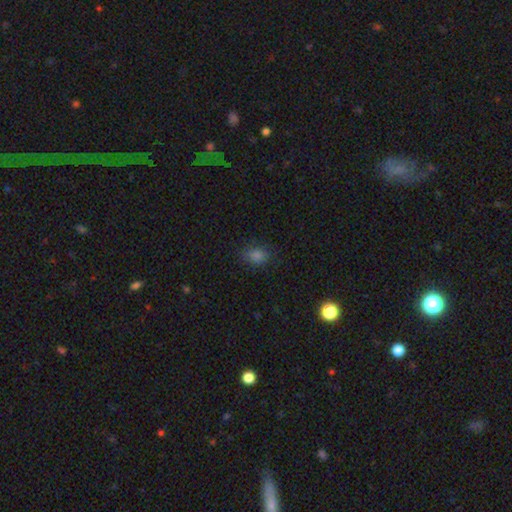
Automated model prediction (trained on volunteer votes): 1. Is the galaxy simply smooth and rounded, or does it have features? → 77% smooth, 18% star or artifact, 5% featured or disk.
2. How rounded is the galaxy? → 56% in between, 43% round, 1% cigar-shaped.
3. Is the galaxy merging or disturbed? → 81% none, 14% minor disturbance, 3% major disturbance, 1% merger.